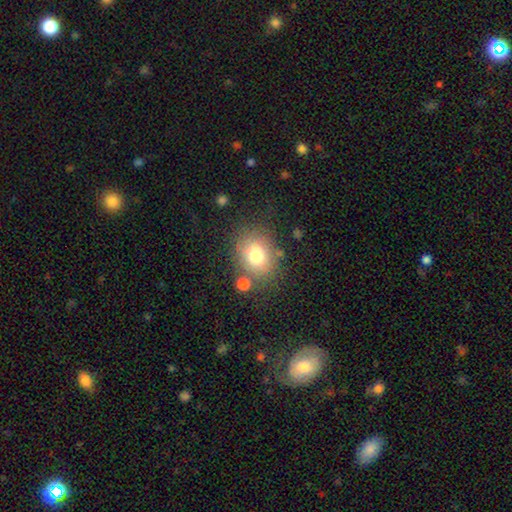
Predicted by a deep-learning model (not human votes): Smooth or featured: smooth — 75% (featured or disk — 13%)
How rounded: round — 59% (in between — 40%)
Merging: none — 73% (minor disturbance — 14%)